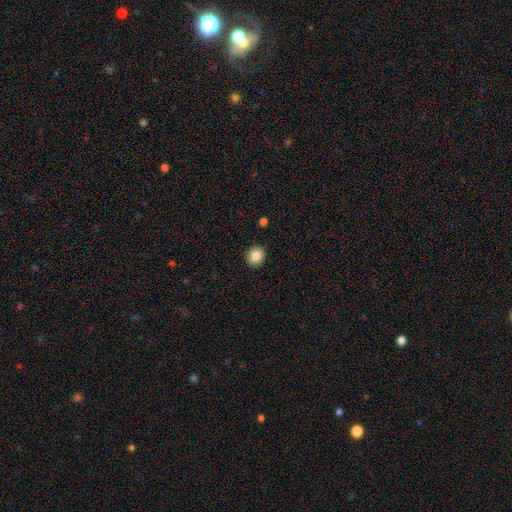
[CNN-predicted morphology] Smooth or featured? smooth (85%)
How rounded? round (84%)
Merging? none (92%)